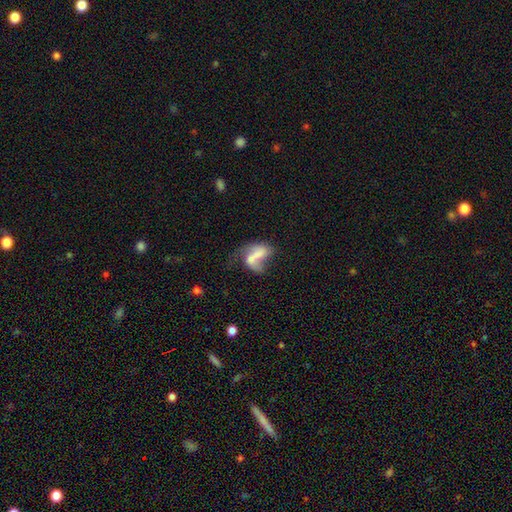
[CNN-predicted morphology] A smooth galaxy with no disk features (50%) that is in between round and cigar-shaped (82%).

Vote fractions:
- Smooth or featured? smooth: 50% / featured or disk: 40% / star or artifact: 10%
- How rounded? in between: 82% / round: 13% / cigar-shaped: 4%
- Merging? merger: 48% / major disturbance: 24% / none: 16% / minor disturbance: 12%